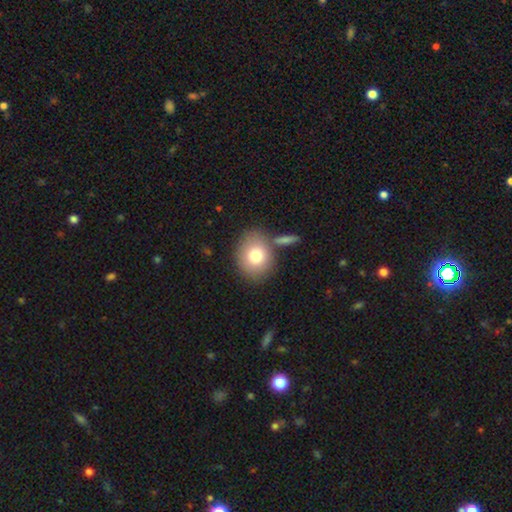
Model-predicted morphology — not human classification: Smooth or featured? smooth (78%)
How rounded? round (57%)
Merging? none (70%)